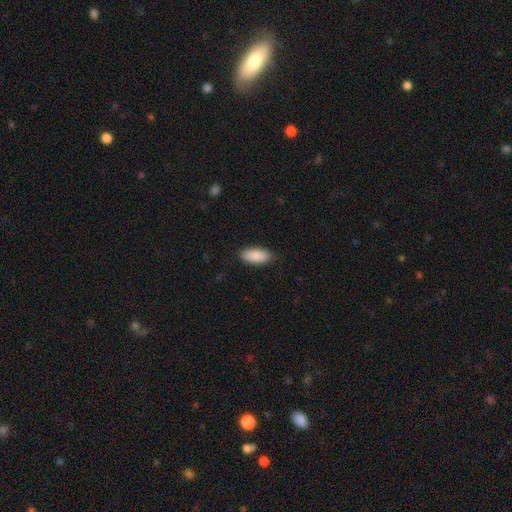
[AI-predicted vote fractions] A smooth galaxy with no disk features (90%) that is in between round and cigar-shaped (87%). Merging: none (87%).